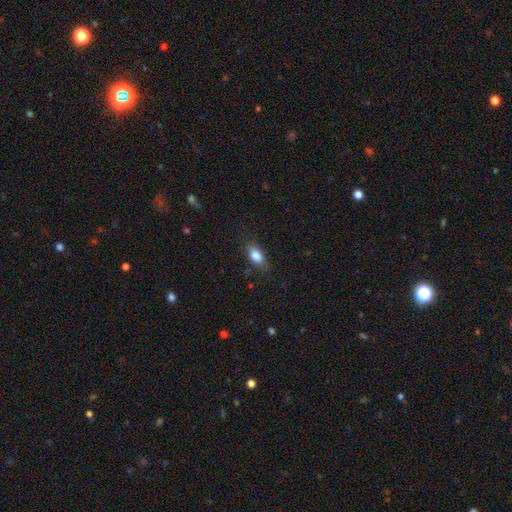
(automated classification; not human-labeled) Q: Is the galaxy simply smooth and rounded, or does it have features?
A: smooth — 84%.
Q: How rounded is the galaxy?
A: in between — 86%.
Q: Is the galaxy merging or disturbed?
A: none — 79%.